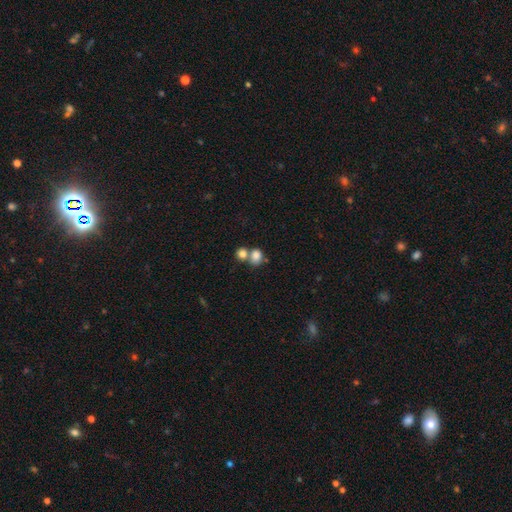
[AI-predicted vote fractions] Smooth or featured?
  - smooth: 82% *
  - star or artifact: 10%
  - featured or disk: 8%
How rounded?
  - round: 53% *
  - in between: 46%
  - cigar-shaped: 1%
Merging?
  - merger: 50% *
  - none: 37%
  - minor disturbance: 9%
  - major disturbance: 4%